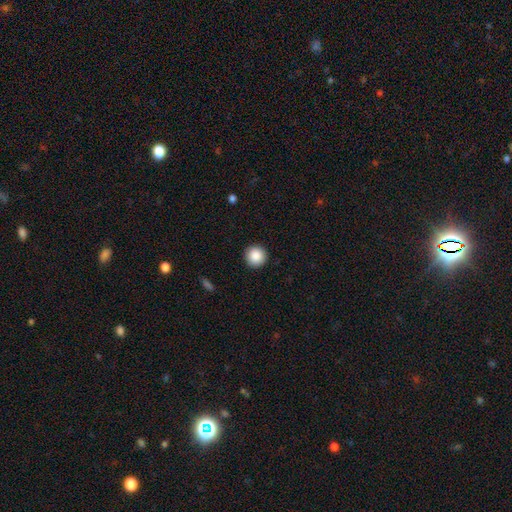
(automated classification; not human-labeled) Smooth or featured? Predicted: smooth (p=0.88). How rounded? Predicted: round (p=0.96). Merging? Predicted: none (p=0.92).